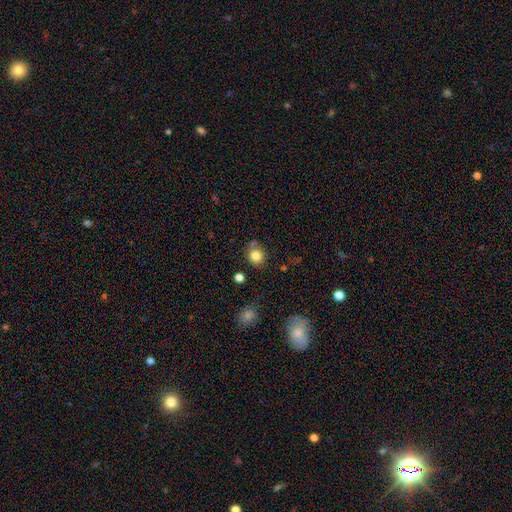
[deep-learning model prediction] A smooth galaxy with no disk features (82%) that is round (84%).

Vote fractions:
- Smooth or featured? smooth: 82% / star or artifact: 11% / featured or disk: 7%
- How rounded? round: 84% / in between: 15% / cigar-shaped: 1%
- Merging? none: 75% / minor disturbance: 14% / merger: 8% / major disturbance: 4%